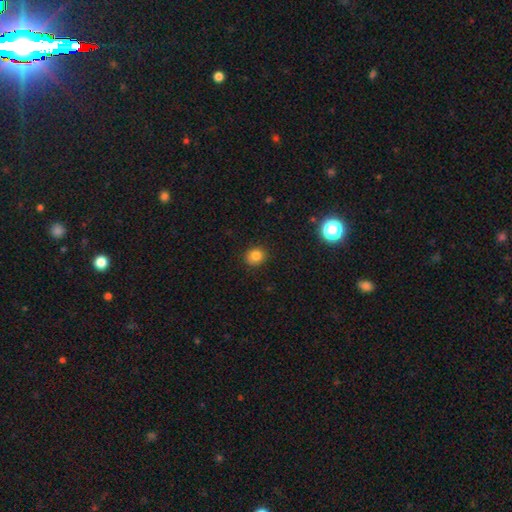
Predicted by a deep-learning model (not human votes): Smooth or featured? smooth (81%)
How rounded? round (74%)
Merging? none (87%)